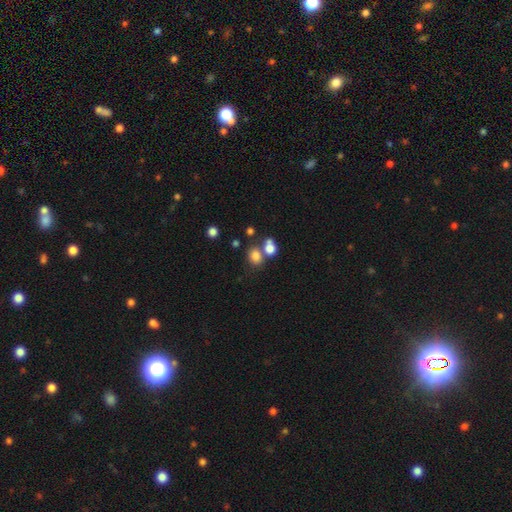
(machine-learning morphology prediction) smooth-or-featured: smooth: 79% | star or artifact: 13% | featured or disk: 9%
  how-rounded: in between: 50% | round: 49% | cigar-shaped: 1%
  merging: none: 49% | merger: 35% | minor disturbance: 11% | major disturbance: 5%